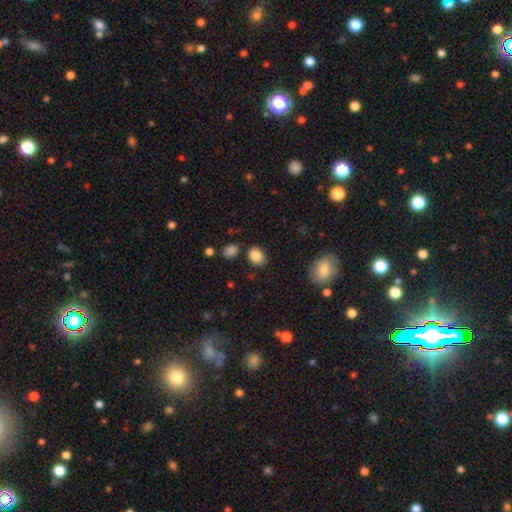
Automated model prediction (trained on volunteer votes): A smooth galaxy with no disk features (86%) that is in between round and cigar-shaped (63%). Merging: none (80%).